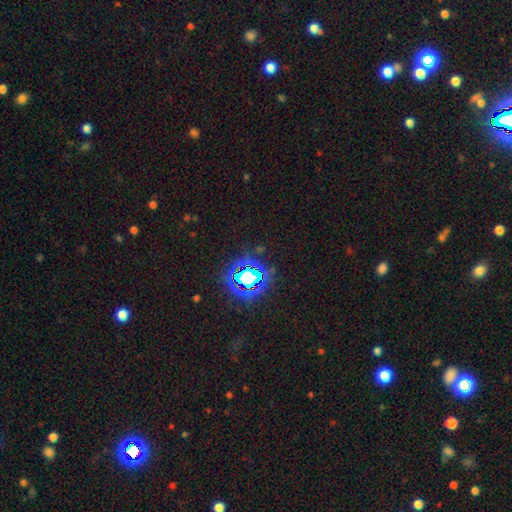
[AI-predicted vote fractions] Smooth or featured: star or artifact — 79% (smooth — 13%)